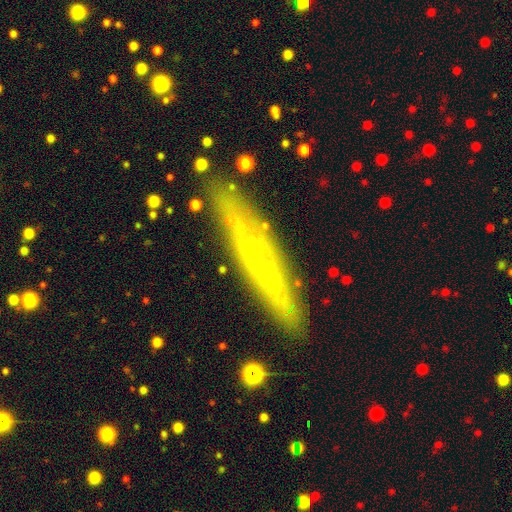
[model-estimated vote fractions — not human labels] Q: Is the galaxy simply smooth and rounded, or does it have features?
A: featured or disk — 47%.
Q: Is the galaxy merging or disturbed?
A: none — 84%.